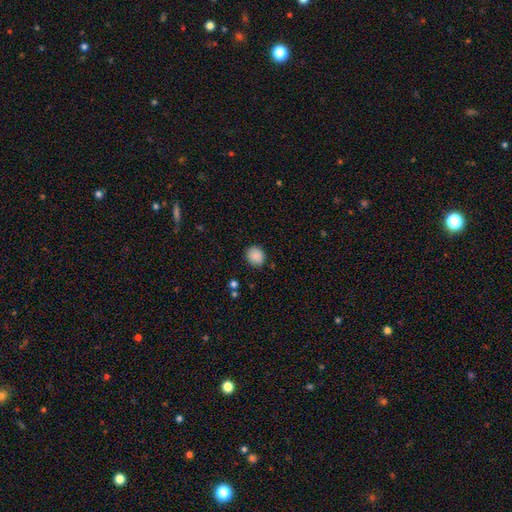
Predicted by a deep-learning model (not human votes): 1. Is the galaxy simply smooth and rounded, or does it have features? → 88% smooth, 9% star or artifact, 3% featured or disk.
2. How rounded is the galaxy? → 71% round, 28% in between, 1% cigar-shaped.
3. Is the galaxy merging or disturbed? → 87% none, 9% minor disturbance, 3% major disturbance, 1% merger.